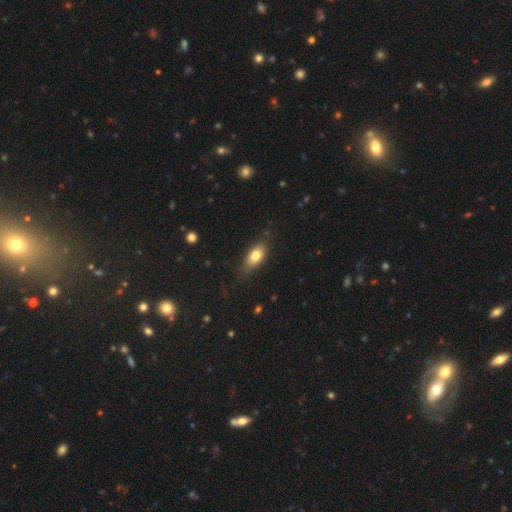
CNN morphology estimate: smooth_or_featured: smooth (p=0.78) [alt: featured or disk p=0.14]
how_rounded: in between (p=0.84) [alt: cigar-shaped p=0.10]
merging: none (p=0.77) [alt: minor disturbance p=0.17]